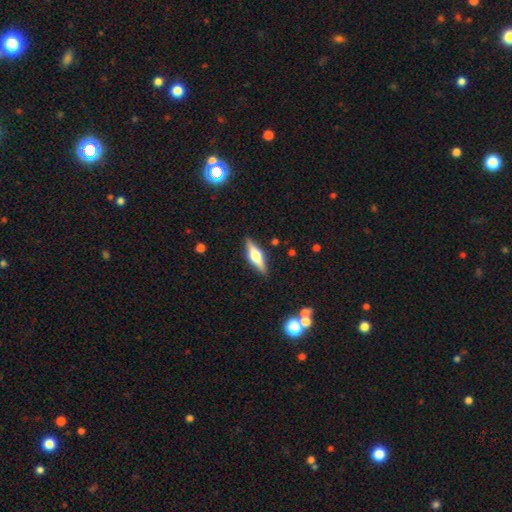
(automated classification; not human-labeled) This is likely a featured or disk galaxy (60%). It is clearly viewed edge-on (95%). Edge-on bulge: clearly rounded (91%). Merging: clearly none (88%).